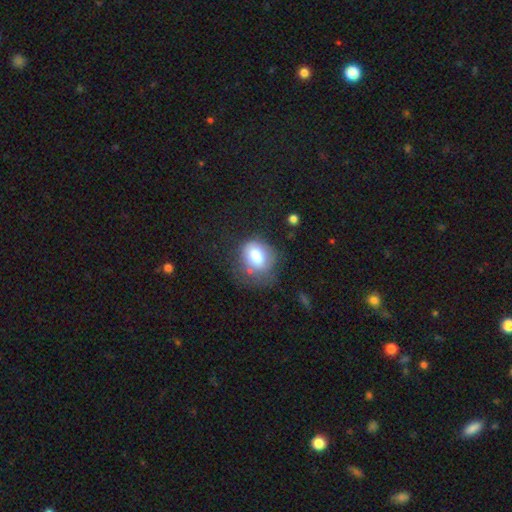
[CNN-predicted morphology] A smooth galaxy with no disk features (76%) that is round (59%). Merging: none (47%).